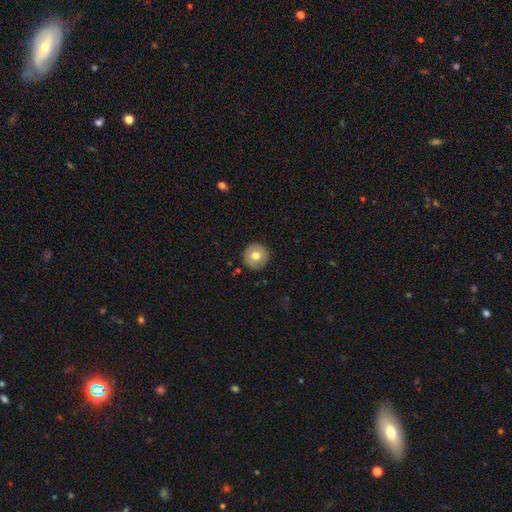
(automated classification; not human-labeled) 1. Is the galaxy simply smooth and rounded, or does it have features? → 73% smooth, 19% featured or disk, 8% star or artifact.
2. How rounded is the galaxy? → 96% round, 3% in between, 1% cigar-shaped.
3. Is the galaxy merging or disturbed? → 91% none, 6% minor disturbance, 2% major disturbance, 1% merger.